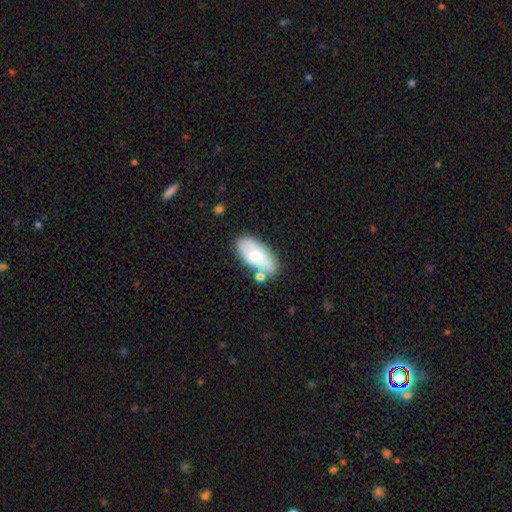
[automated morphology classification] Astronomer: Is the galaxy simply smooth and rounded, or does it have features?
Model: smooth — 62%.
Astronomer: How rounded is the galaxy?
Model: in between — 91%.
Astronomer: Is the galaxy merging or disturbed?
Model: none — 65%.